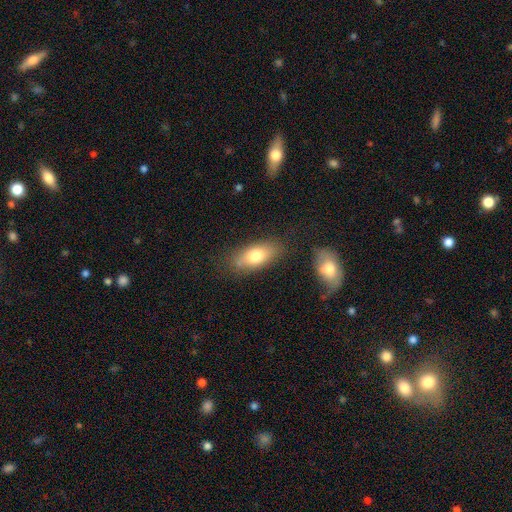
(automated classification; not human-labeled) Smooth or featured? smooth (74%)
How rounded? in between (84%)
Merging? none (77%)